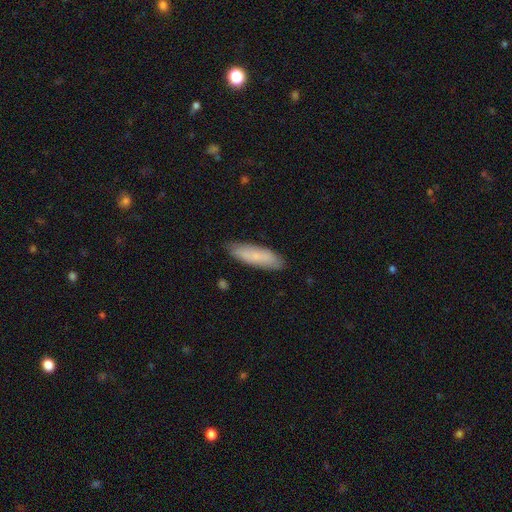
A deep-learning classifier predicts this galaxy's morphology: Overall: smooth (72%). How rounded: cigar-shaped (57%; in between 41%). Merging: none (84%).